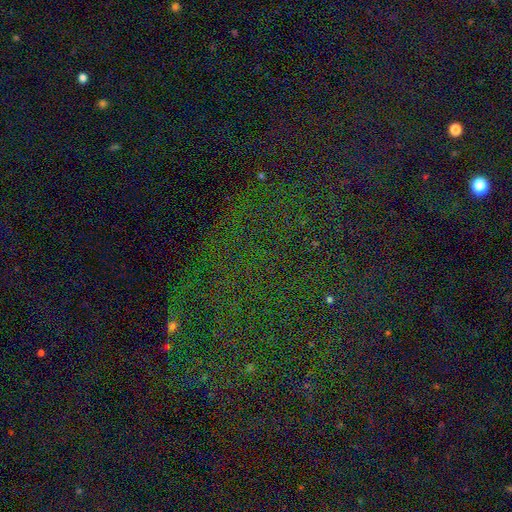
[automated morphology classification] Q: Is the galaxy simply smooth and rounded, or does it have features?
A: star or artifact — 84%.